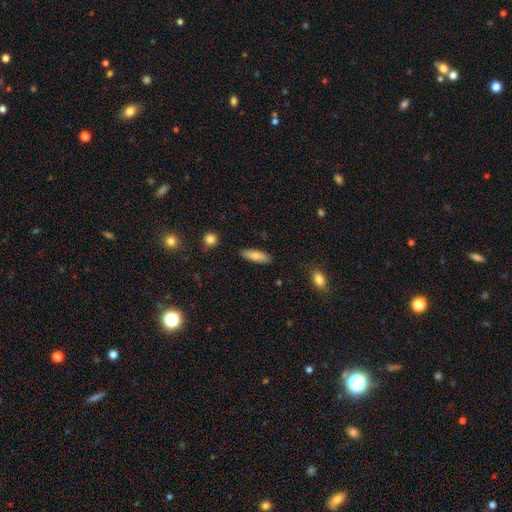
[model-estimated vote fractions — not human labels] A smooth galaxy with no disk features (80%) that is in between round and cigar-shaped (52%).

Vote fractions:
- Smooth or featured? smooth: 80% / featured or disk: 14% / star or artifact: 6%
- How rounded? in between: 52% / cigar-shaped: 46% / round: 2%
- Merging? none: 87% / minor disturbance: 9% / major disturbance: 2% / merger: 1%